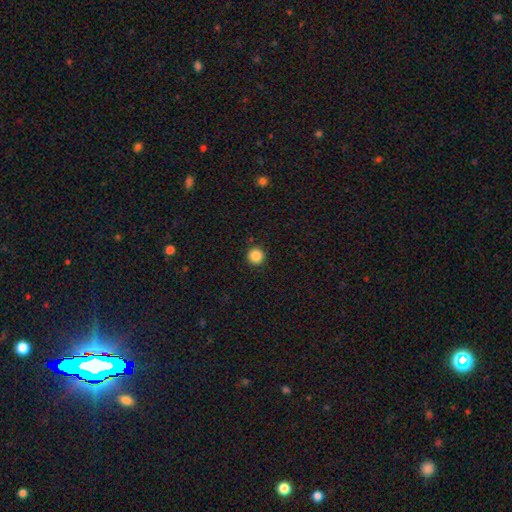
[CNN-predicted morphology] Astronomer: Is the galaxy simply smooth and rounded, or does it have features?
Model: smooth — 87%.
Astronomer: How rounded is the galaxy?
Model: round — 96%.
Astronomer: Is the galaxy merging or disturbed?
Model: none — 93%.